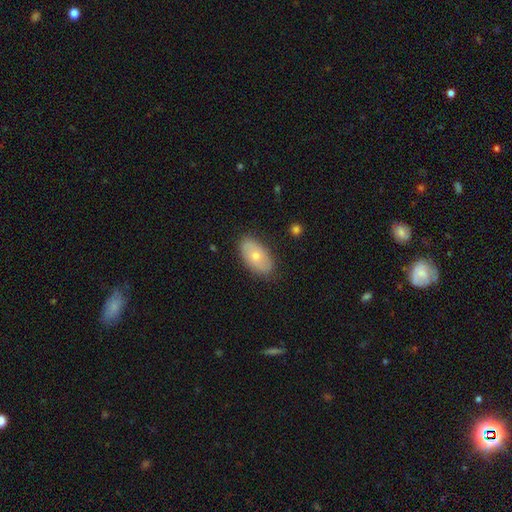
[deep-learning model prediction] This is possibly a smooth galaxy (57%). How rounded: clearly in between (93%). Merging: clearly none (83%).